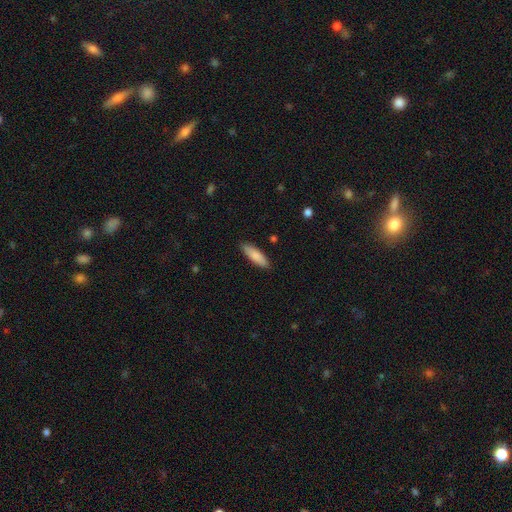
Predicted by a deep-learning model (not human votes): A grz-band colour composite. It shows a smooth galaxy with no disk features (85%) that is cigar-shaped (53%). Merging: none (89%).